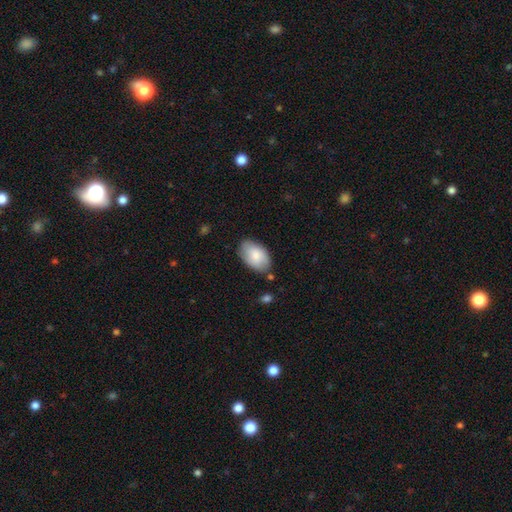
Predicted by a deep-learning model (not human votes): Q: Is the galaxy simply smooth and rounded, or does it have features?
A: smooth — 81%.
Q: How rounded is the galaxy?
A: in between — 93%.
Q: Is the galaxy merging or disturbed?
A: none — 78%.